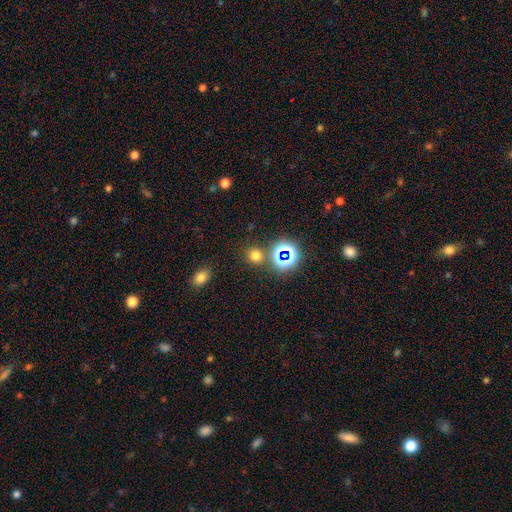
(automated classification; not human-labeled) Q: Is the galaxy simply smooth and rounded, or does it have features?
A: smooth — 67%.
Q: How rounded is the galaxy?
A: round — 82%.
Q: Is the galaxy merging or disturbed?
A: none — 81%.